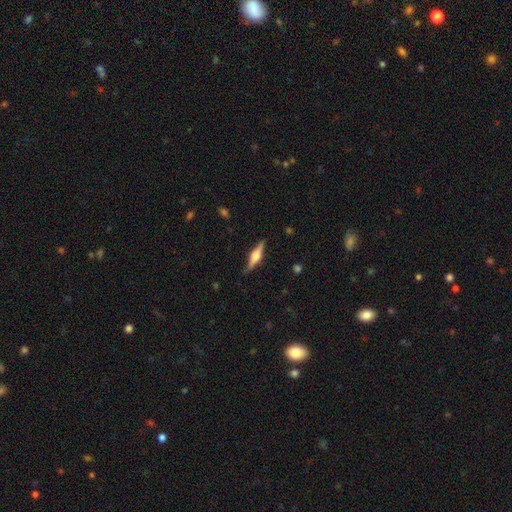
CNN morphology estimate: smooth-or-featured: featured or disk: 73% | smooth: 22% | star or artifact: 6%
  disk-edge-on: yes: 97% | no: 3%
    edge-on-bulge: rounded: 87% | boxy: 10% | none: 2%
  merging: none: 87% | minor disturbance: 9% | major disturbance: 2% | merger: 1%